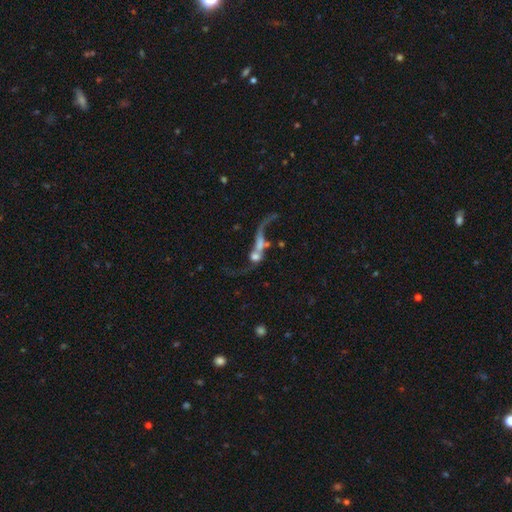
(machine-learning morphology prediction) The model was most divided on "spiral arms": yes: 51%, no: 49%. Remaining: edge-on disk — no (89%); bar — no (72%); merging — merger (59%); smooth or featured — featured or disk (57%); bulge size — none (41%).